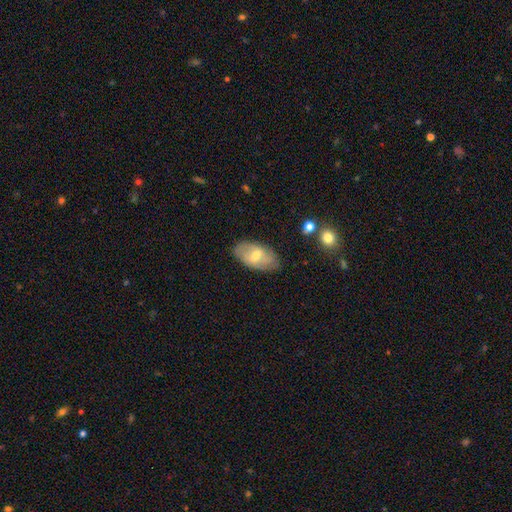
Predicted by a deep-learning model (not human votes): smooth 47%, featured or disk 46%, star or artifact 7%. Down the decision tree: merging — none (78%).